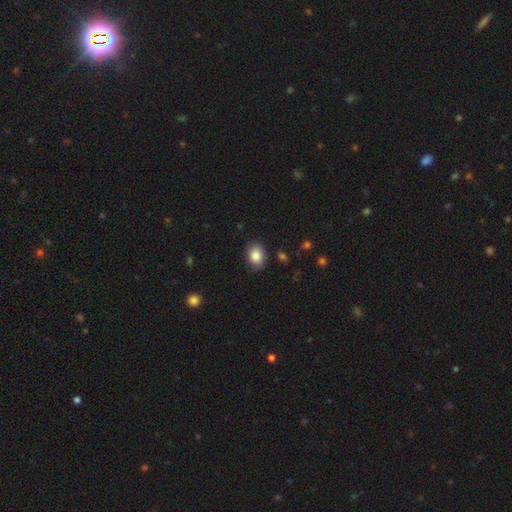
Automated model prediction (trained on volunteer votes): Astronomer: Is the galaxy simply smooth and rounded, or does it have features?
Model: smooth — 86%.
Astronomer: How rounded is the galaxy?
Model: in between — 67%.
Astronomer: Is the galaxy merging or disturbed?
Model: none — 83%.